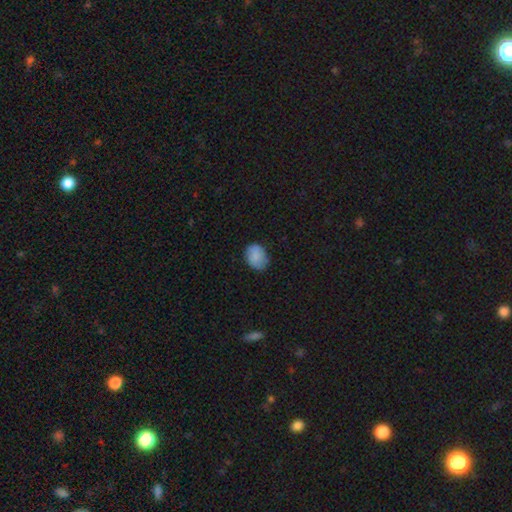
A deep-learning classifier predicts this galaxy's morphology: smooth_or_featured: smooth (p=0.85) [alt: star or artifact p=0.08]
how_rounded: in between (p=0.56) [alt: round p=0.43]
merging: none (p=0.77) [alt: minor disturbance p=0.18]